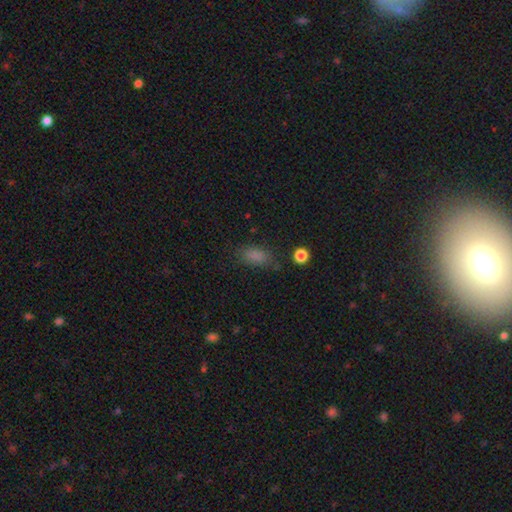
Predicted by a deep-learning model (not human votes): Q: Smooth or featured?
A: smooth (81%); runner-up: star or artifact (13%)
Q: How rounded?
A: in between (85%); runner-up: cigar-shaped (8%)
Q: Merging?
A: none (76%); runner-up: minor disturbance (16%)